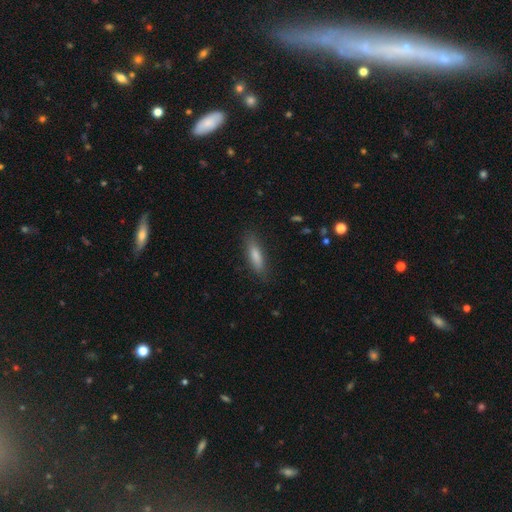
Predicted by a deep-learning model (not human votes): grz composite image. It shows a smooth galaxy with no disk features (79%) that is cigar-shaped (66%). Merging: none (82%).